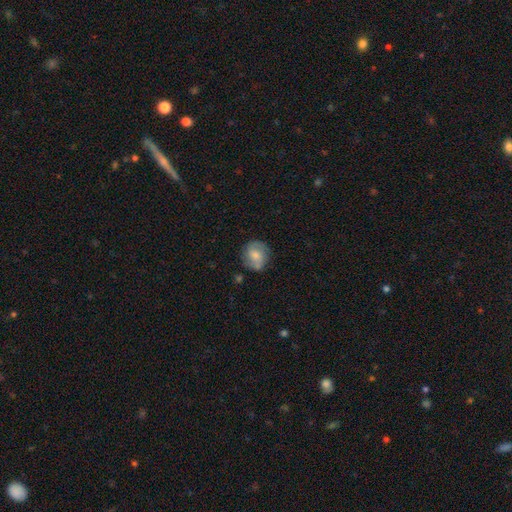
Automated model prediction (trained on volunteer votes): smooth_or_featured: smooth (p=0.54) [alt: featured or disk p=0.38]
how_rounded: round (p=0.80) [alt: in between p=0.19]
merging: none (p=0.71) [alt: minor disturbance p=0.19]